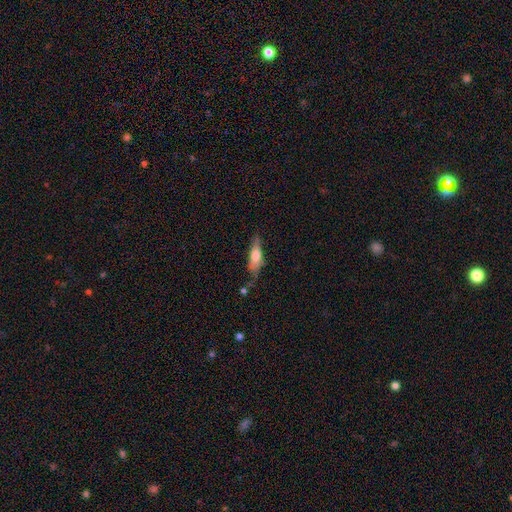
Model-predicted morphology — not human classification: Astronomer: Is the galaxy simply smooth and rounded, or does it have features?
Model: smooth — 63%.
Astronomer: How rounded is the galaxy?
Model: in between — 51% (runner-up: cigar-shaped, 47%).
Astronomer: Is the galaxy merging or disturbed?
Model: none — 53% (runner-up: minor disturbance, 31%).